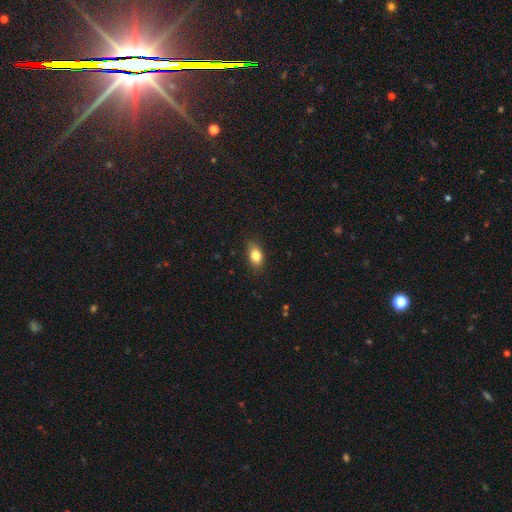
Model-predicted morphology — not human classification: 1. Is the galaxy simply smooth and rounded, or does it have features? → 84% smooth, 9% star or artifact, 8% featured or disk.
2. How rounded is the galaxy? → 83% in between, 14% round, 3% cigar-shaped.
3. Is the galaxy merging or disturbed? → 84% none, 12% minor disturbance, 3% major disturbance, 1% merger.